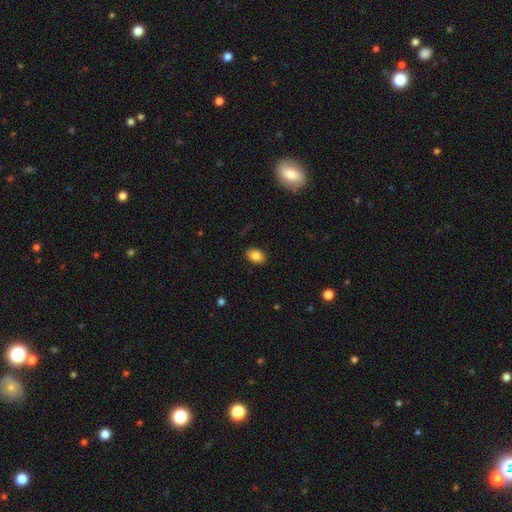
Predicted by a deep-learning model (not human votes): Smooth or featured? smooth (85%)
How rounded? in between (81%)
Merging? none (88%)